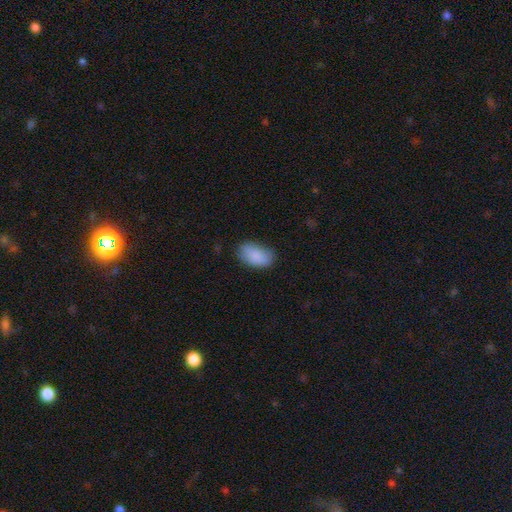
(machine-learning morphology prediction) Overall: smooth (88%). How rounded: in between (92%). Merging: none (76%).